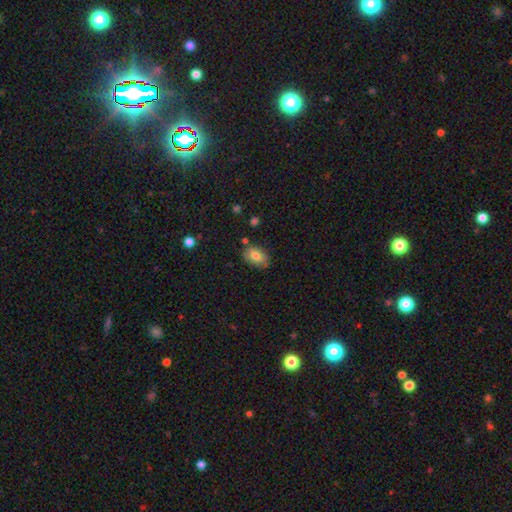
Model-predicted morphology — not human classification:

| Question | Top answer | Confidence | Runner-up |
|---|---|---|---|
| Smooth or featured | smooth | 79% | featured or disk (13%) |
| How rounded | in between | 84% | round (14%) |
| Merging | none | 77% | minor disturbance (17%) |